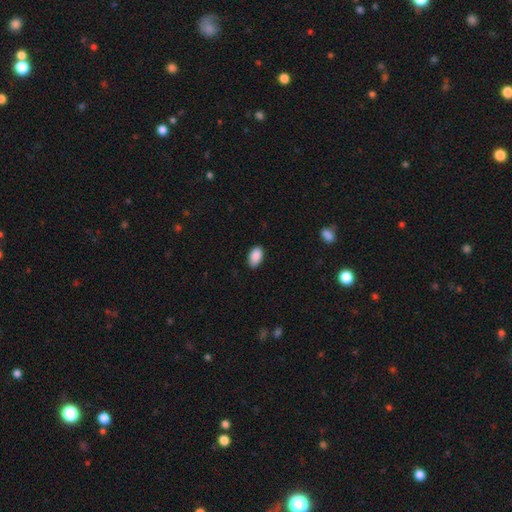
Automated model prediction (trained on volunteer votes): Overall: smooth (90%). How rounded: in between (94%). Merging: none (85%).